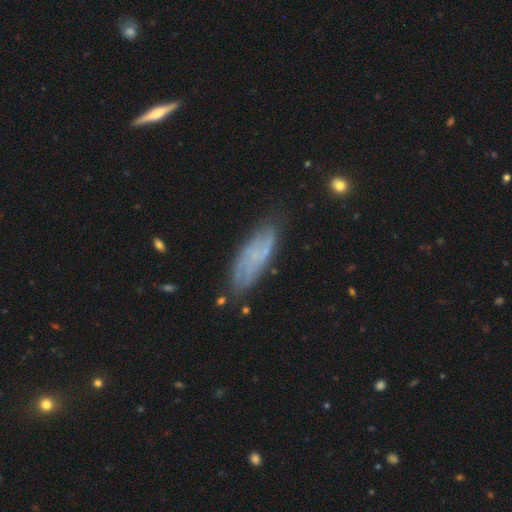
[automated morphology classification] smooth_or_featured: featured or disk (p=0.47) [alt: smooth p=0.44]
merging: none (p=0.68) [alt: minor disturbance p=0.22]